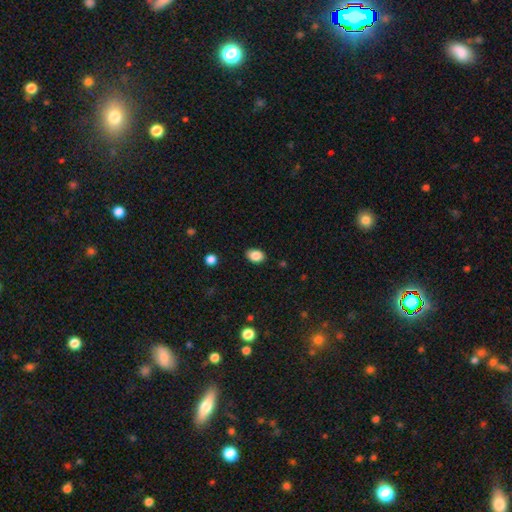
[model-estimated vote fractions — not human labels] Smooth or featured? smooth (87%)
How rounded? in between (80%)
Merging? none (86%)